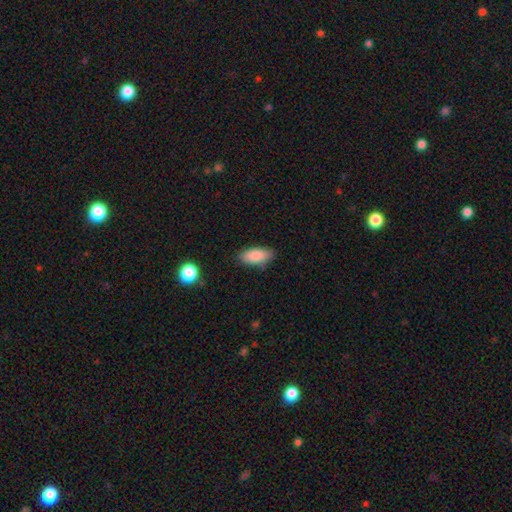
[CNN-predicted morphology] A smooth galaxy with no disk features (85%) that is in between round and cigar-shaped (87%). Merging: none (81%).